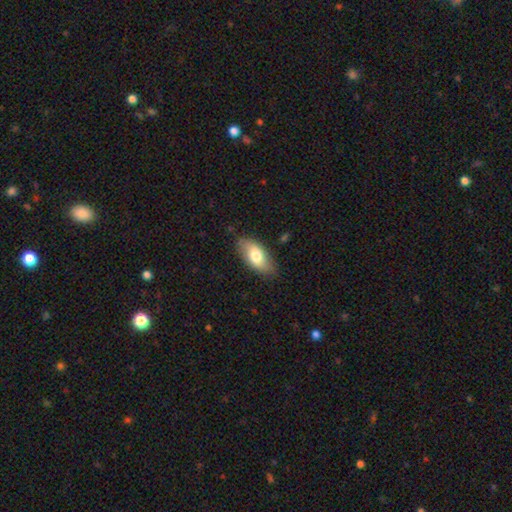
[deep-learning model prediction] Overall: smooth (71%). How rounded: in between (90%). Merging: none (82%).